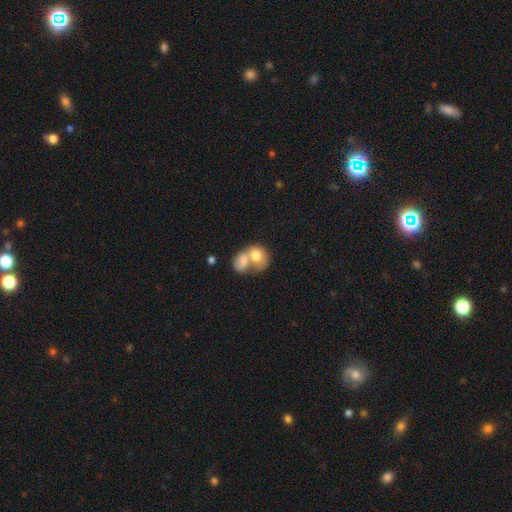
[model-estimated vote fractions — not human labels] Smooth or featured?
  - smooth: 72% *
  - featured or disk: 21%
  - star or artifact: 7%
How rounded?
  - round: 52% *
  - in between: 47%
  - cigar-shaped: 1%
Merging?
  - merger: 77% *
  - none: 13%
  - minor disturbance: 6%
  - major disturbance: 5%